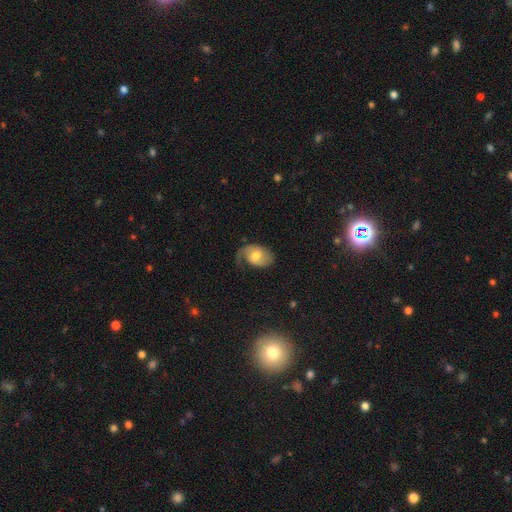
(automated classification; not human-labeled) A featured or disk galaxy (62%) with no bar (63%), 1 (52%) loose (37%, tied with medium) spiral arms (87%) and a moderate central bulge (70%). Merging: none (44%).